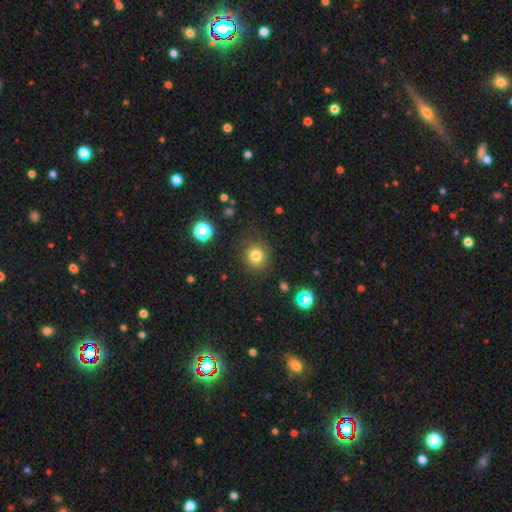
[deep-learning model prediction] The model was most divided on "smooth or featured": smooth: 80%, star or artifact: 14%, featured or disk: 6%. More confident: how rounded — round (90%); merging — none (87%).